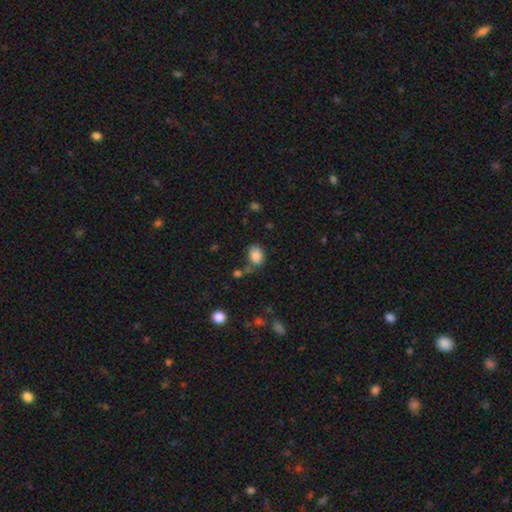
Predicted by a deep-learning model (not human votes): Smooth or featured? smooth (85%)
How rounded? in between (64%)
Merging? none (62%)